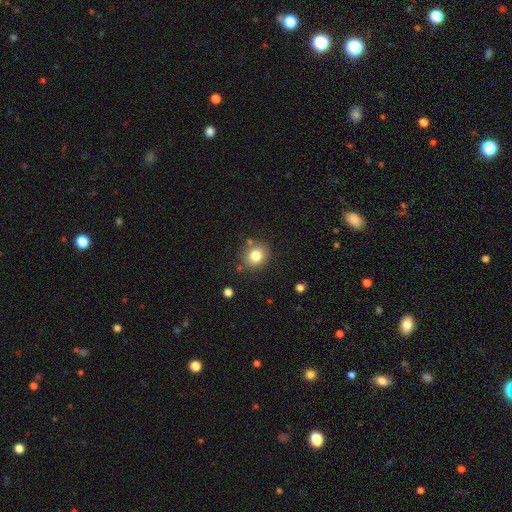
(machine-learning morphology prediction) Smooth or featured: smooth — 80% (star or artifact — 12%)
How rounded: round — 79% (in between — 20%)
Merging: none — 82% (minor disturbance — 10%)